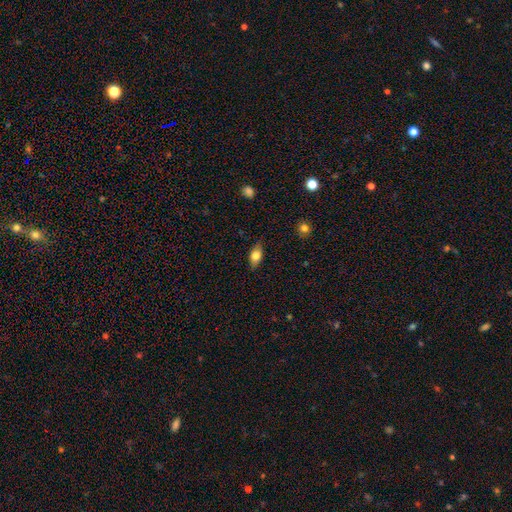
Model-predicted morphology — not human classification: smooth-or-featured: smooth: 73% | featured or disk: 20% | star or artifact: 7%
  how-rounded: in between: 84% | cigar-shaped: 10% | round: 6%
  merging: none: 83% | minor disturbance: 13% | major disturbance: 3% | merger: 1%